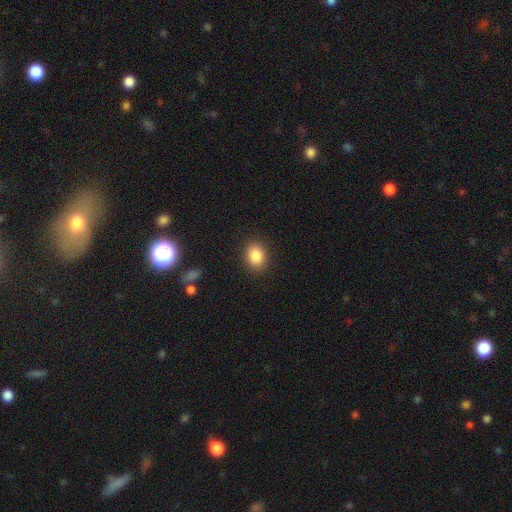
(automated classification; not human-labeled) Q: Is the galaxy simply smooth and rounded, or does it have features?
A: smooth — 86%.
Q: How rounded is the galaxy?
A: in between — 57%.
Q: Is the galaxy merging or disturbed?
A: none — 89%.